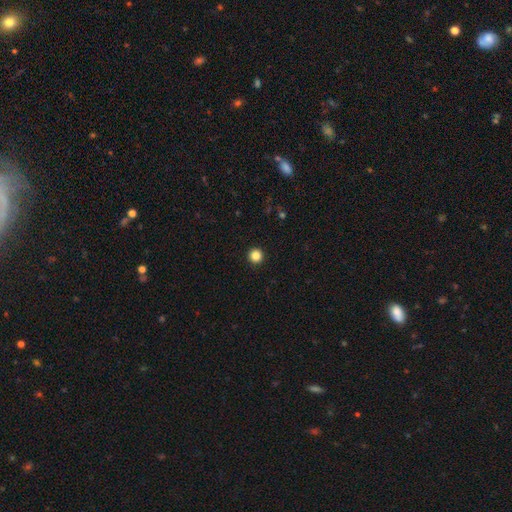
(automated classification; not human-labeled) A smooth galaxy with no disk features (84%) that is round (97%). Merging: none (94%).